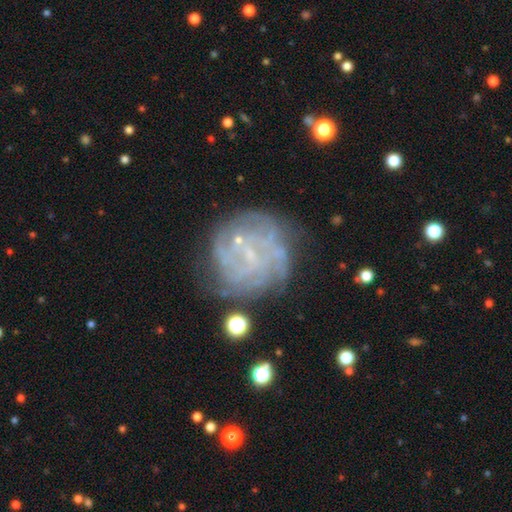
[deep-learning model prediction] Smooth or featured?
  - featured or disk: 72% *
  - smooth: 16%
  - star or artifact: 12%
Edge-on disk?
  - no: 97% *
  - yes: 3%
Bar?
  - no: 58% *
  - weak: 32%
  - strong: 10%
Spiral arms?
  - yes: 79% *
  - no: 21%
Spiral winding?
  - tight: 64% *
  - medium: 25%
  - loose: 11%
Spiral arm count?
  - can't tell: 45% *
  - 4: 15%
  - 3: 11%
  - more than 4: 11%
  - 2: 10%
  - 1: 7%
Bulge size?
  - small: 67% *
  - none: 24%
  - moderate: 7%
  - large: 1%
  - dominant: 1%
Merging?
  - none: 69% *
  - minor disturbance: 16%
  - major disturbance: 11%
  - merger: 4%